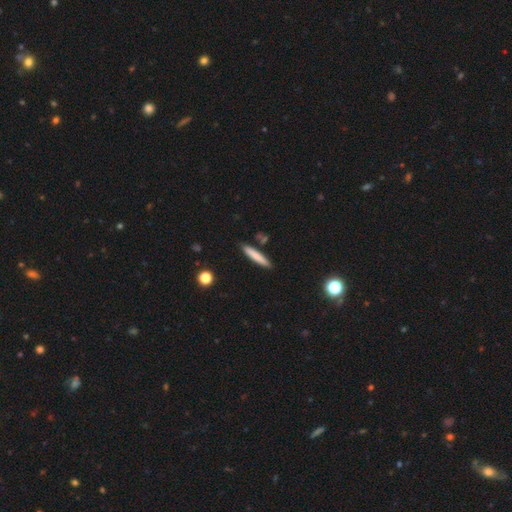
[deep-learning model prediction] smooth_or_featured: smooth (p=0.77) [alt: featured or disk p=0.17]
how_rounded: cigar-shaped (p=0.93) [alt: in between p=0.06]
merging: none (p=0.87) [alt: minor disturbance p=0.08]